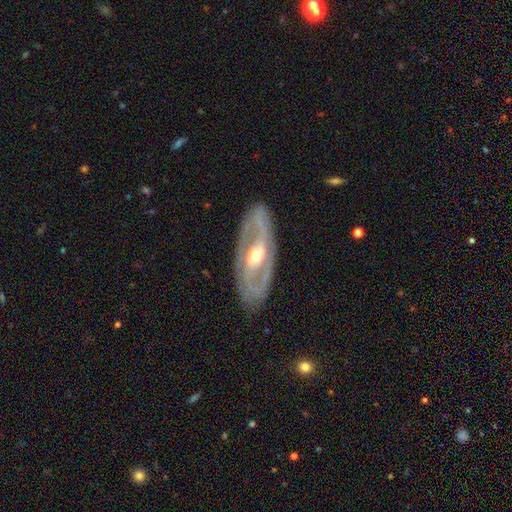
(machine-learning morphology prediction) smooth-or-featured: featured or disk: 86% | smooth: 10% | star or artifact: 5%
  disk-edge-on: no: 91% | yes: 9%
    bar: no: 38% | weak: 37% | strong: 24%
    has-spiral-arms: yes: 87% | no: 13%
      spiral-winding: medium: 44% | tight: 41% | loose: 16%
      spiral-arm-count: 2: 84% | can't tell: 9% | 3: 3% | 1: 2% | 4: 1% | more than 4: 1%
    bulge-size: moderate: 62% | small: 32% | large: 5% | none: 1% | dominant: 1%
  merging: none: 85% | minor disturbance: 11% | major disturbance: 4% | merger: 1%